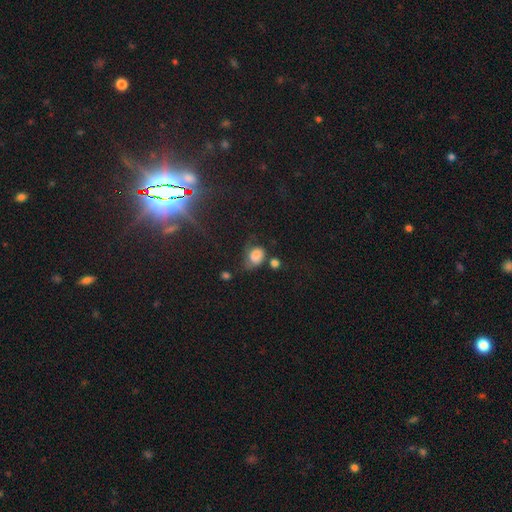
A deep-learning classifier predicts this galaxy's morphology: A smooth galaxy with no disk features (72%) that is in between round and cigar-shaped (67%).

Vote fractions:
- Smooth or featured? smooth: 72% / featured or disk: 15% / star or artifact: 12%
- How rounded? in between: 67% / round: 32% / cigar-shaped: 1%
- Merging? none: 32% / minor disturbance: 31% / major disturbance: 25% / merger: 12%